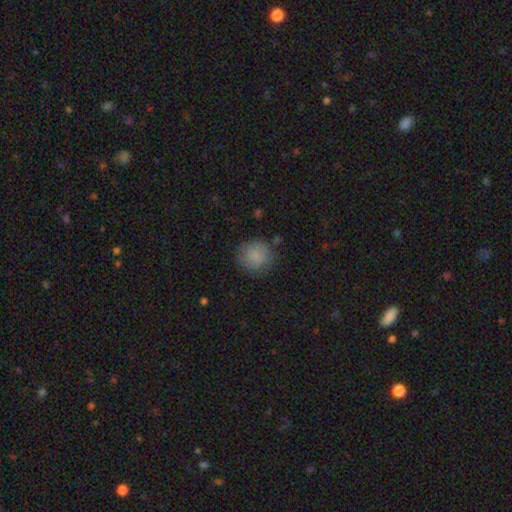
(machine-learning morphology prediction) This appears to be a smooth galaxy with no disk features (84%) that is round (90%). Merging: none (80%).